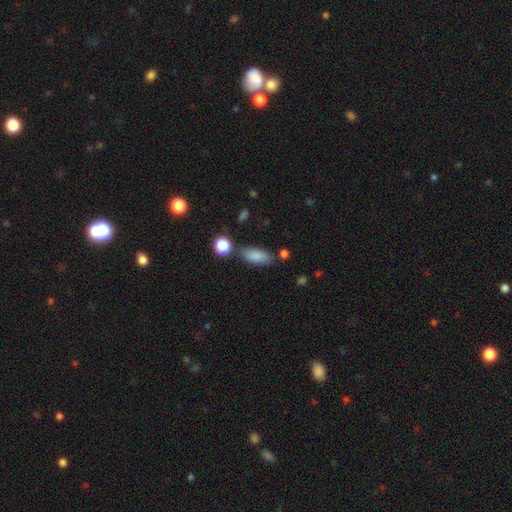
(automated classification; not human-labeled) smooth_or_featured: smooth (p=0.86) [alt: star or artifact p=0.08]
how_rounded: in between (p=0.83) [alt: cigar-shaped p=0.14]
merging: none (p=0.74) [alt: minor disturbance p=0.15]